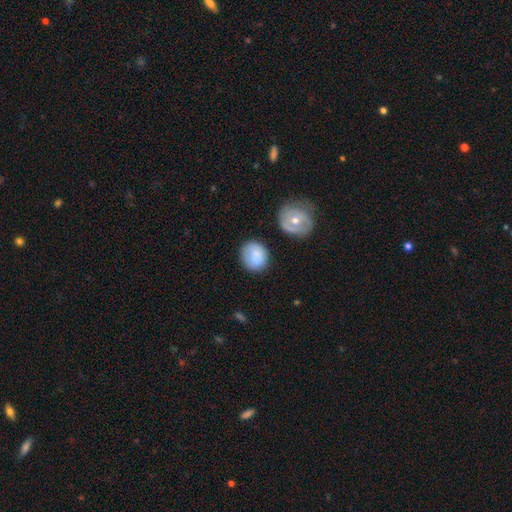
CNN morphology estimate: type=smooth (83%); roundness=round (72%); merging=none (73%).